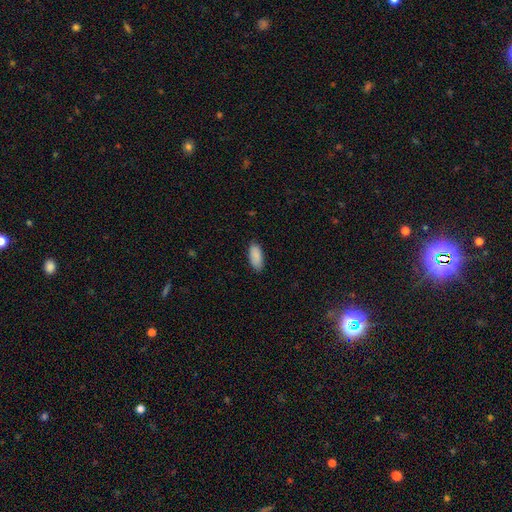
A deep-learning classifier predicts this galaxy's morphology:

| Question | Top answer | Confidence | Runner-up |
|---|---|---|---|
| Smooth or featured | smooth | 90% | star or artifact (6%) |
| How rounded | in between | 88% | cigar-shaped (10%) |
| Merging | none | 85% | minor disturbance (12%) |